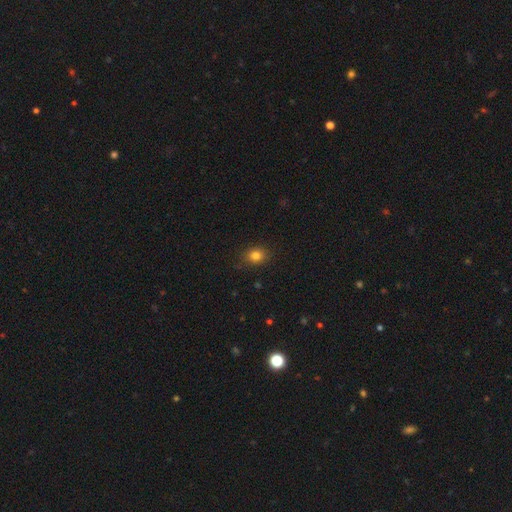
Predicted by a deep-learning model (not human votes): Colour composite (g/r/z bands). It shows a smooth galaxy with no disk features (81%) that is round (51%). Merging: none (86%).